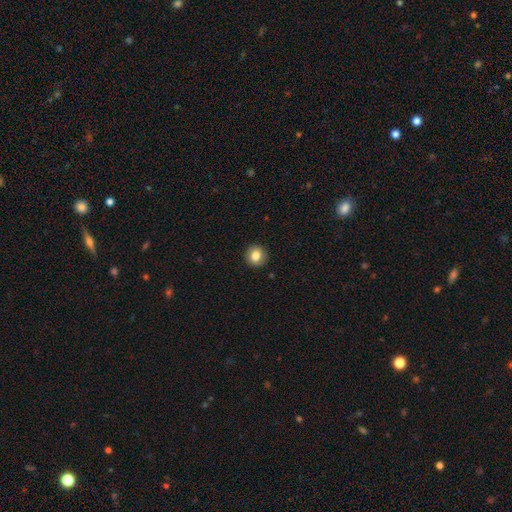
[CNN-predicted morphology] Smooth or featured: smooth — 81% (featured or disk — 10%)
How rounded: round — 88% (in between — 11%)
Merging: none — 91% (minor disturbance — 7%)